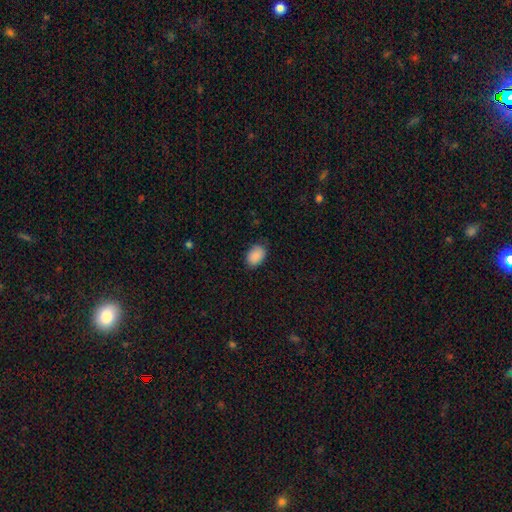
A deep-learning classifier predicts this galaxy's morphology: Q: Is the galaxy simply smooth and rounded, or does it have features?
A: smooth — 89%.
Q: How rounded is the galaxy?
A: in between — 79%.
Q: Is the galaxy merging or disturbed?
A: none — 78%.